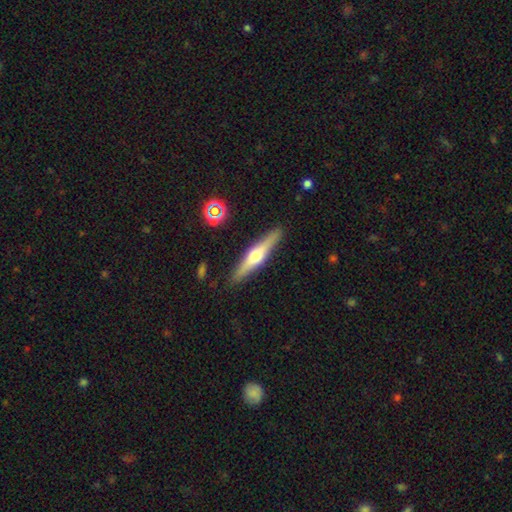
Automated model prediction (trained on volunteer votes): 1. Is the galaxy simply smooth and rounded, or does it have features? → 62% featured or disk, 31% smooth, 6% star or artifact.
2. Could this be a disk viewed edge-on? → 96% yes, 4% no.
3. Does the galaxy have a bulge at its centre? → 92% rounded, 4% boxy, 4% none.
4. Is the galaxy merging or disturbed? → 89% none, 8% minor disturbance, 2% major disturbance, 1% merger.